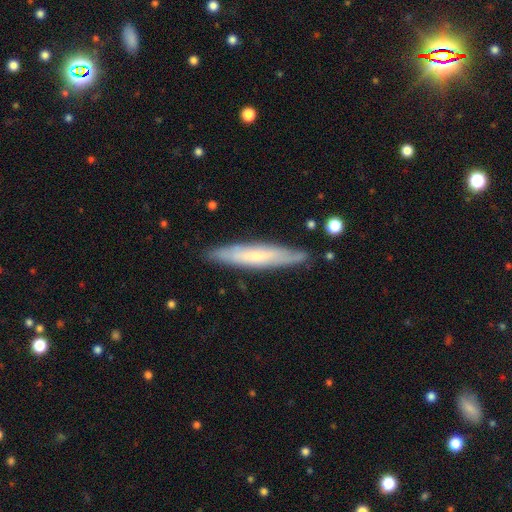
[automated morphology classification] Overall: smooth (48%; featured or disk 46%). Merging: none (83%).